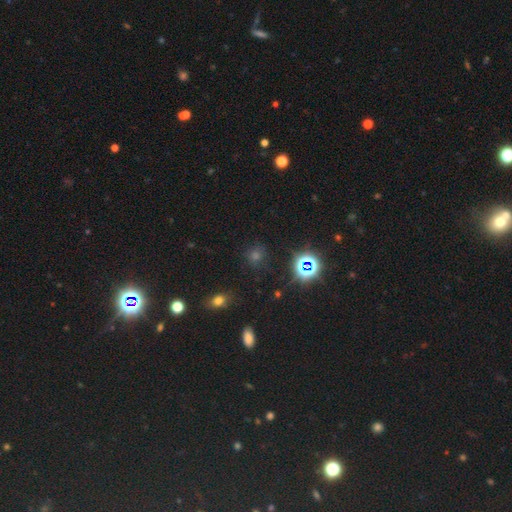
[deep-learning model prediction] smooth-or-featured: star or artifact: 48% | smooth: 45% | featured or disk: 7%